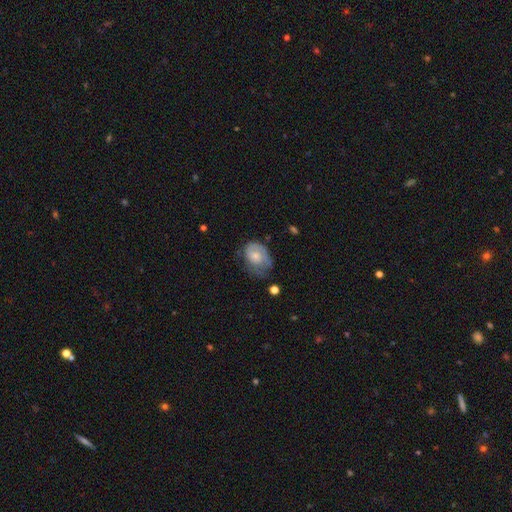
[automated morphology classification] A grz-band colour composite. It shows a smooth galaxy with no disk features (47%). Merging: none (37%).